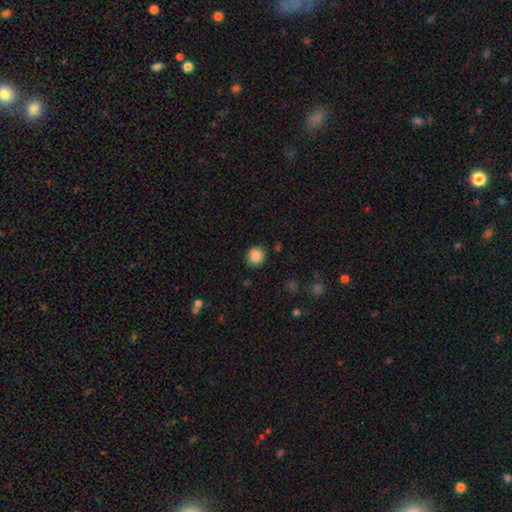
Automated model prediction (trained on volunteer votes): smooth_or_featured: smooth (p=0.87) [alt: star or artifact p=0.09]
how_rounded: round (p=0.88) [alt: in between p=0.11]
merging: none (p=0.86) [alt: minor disturbance p=0.09]